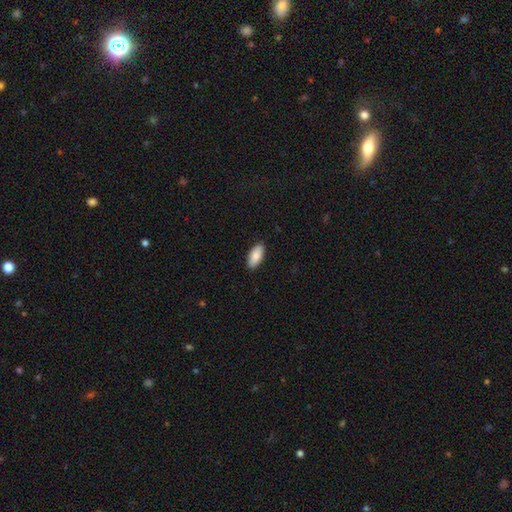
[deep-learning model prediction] The model was most divided on "how rounded": in between: 88%, cigar-shaped: 10%, round: 2%. More confident: merging — none (90%); smooth or featured — smooth (87%).